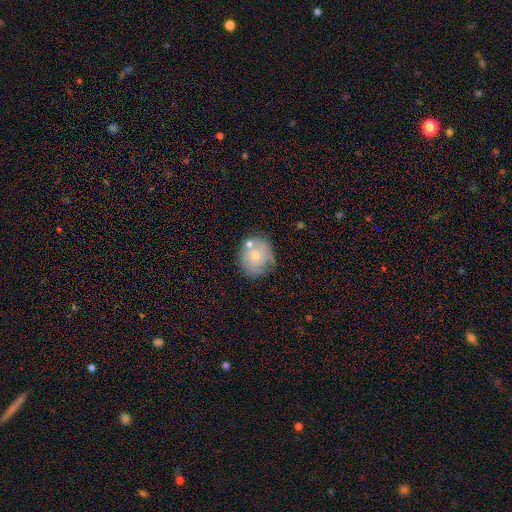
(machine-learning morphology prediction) This is possibly a smooth galaxy (57%). How rounded: likely round (75%). Merging: possibly none (58%).